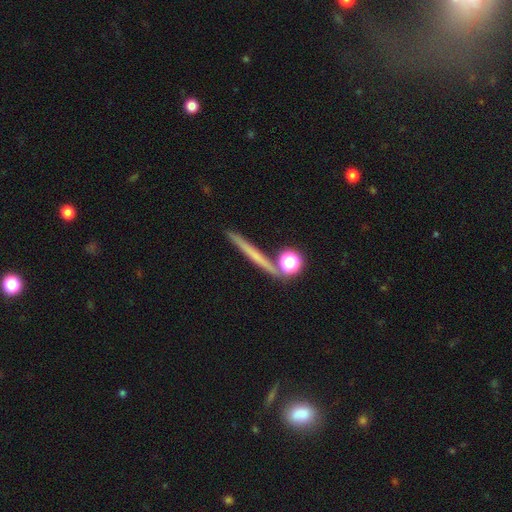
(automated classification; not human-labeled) This appears to be a smooth galaxy with no disk features (48%). Merging: none (81%).